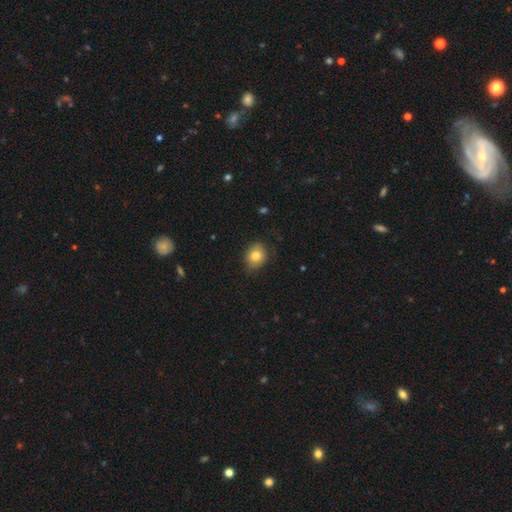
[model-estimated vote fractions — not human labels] A smooth galaxy with no disk features (80%) that is round (56%). Merging: none (78%).